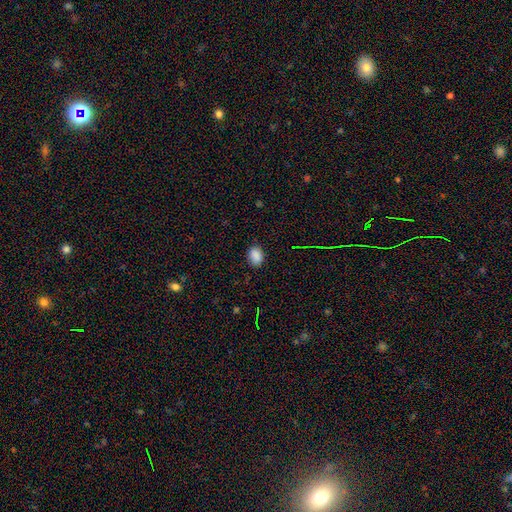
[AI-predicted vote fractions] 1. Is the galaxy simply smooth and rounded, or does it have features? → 87% smooth, 9% star or artifact, 4% featured or disk.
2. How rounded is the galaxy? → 73% in between, 26% round, 1% cigar-shaped.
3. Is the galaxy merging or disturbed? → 84% none, 12% minor disturbance, 3% major disturbance, 1% merger.